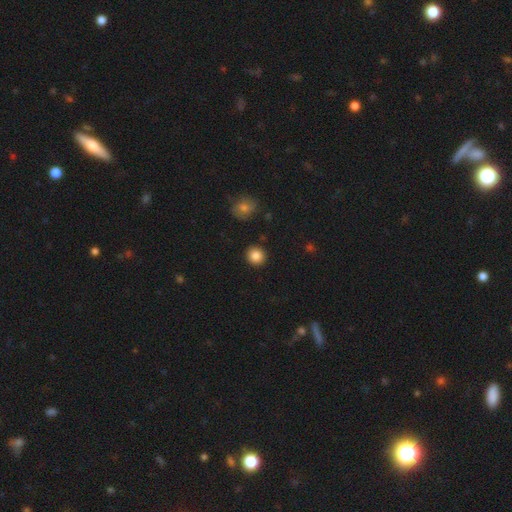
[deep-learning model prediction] A smooth galaxy with no disk features (86%) that is round (92%).

Vote fractions:
- Smooth or featured? smooth: 86% / star or artifact: 9% / featured or disk: 5%
- How rounded? round: 92% / in between: 7% / cigar-shaped: 1%
- Merging? none: 92% / minor disturbance: 5% / major disturbance: 2% / merger: 2%